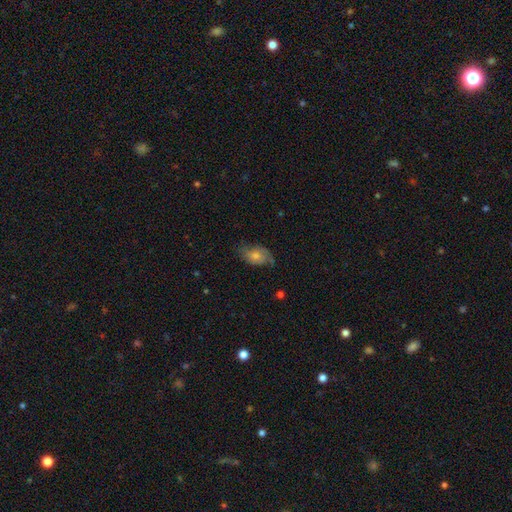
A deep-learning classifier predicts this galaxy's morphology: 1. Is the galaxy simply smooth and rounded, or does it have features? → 48% featured or disk, 40% smooth, 12% star or artifact.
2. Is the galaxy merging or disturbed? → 65% none, 24% minor disturbance, 10% major disturbance, 1% merger.